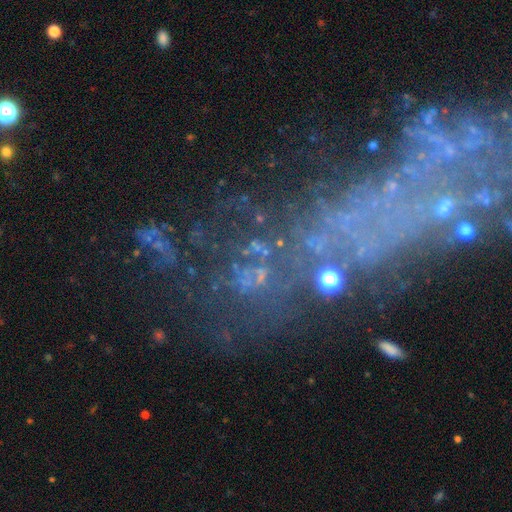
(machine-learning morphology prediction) smooth-or-featured: featured or disk: 44% | star or artifact: 37% | smooth: 19%
  merging: none: 50% | major disturbance: 24% | minor disturbance: 17% | merger: 9%